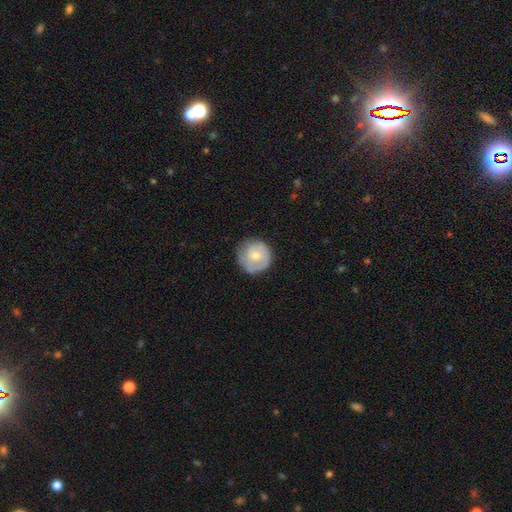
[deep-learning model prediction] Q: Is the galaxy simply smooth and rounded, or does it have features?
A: smooth — 56%.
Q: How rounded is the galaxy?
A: round — 92%.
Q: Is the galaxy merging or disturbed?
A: none — 71%.